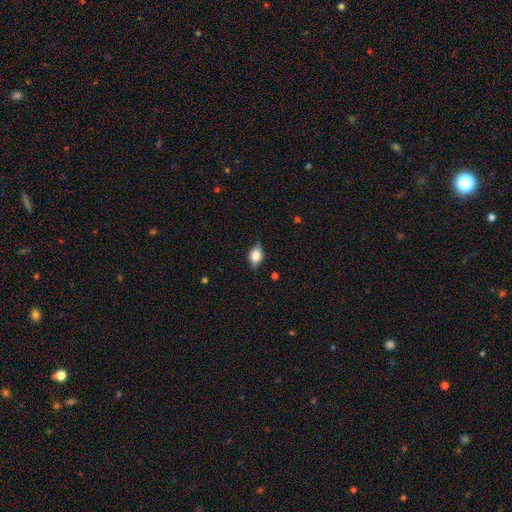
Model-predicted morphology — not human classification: A smooth galaxy with no disk features (70%) that is in between round and cigar-shaped (80%).

Vote fractions:
- Smooth or featured? smooth: 70% / featured or disk: 22% / star or artifact: 9%
- How rounded? in between: 80% / round: 15% / cigar-shaped: 5%
- Merging? none: 78% / minor disturbance: 17% / major disturbance: 3% / merger: 1%